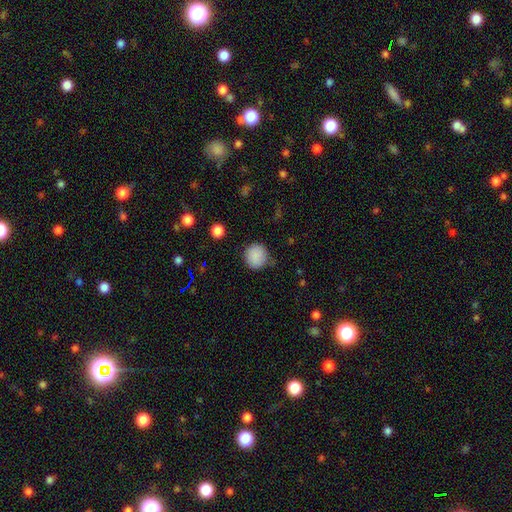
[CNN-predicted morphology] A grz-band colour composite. It shows a smooth galaxy with no disk features (87%) that is round (91%). Merging: none (81%).